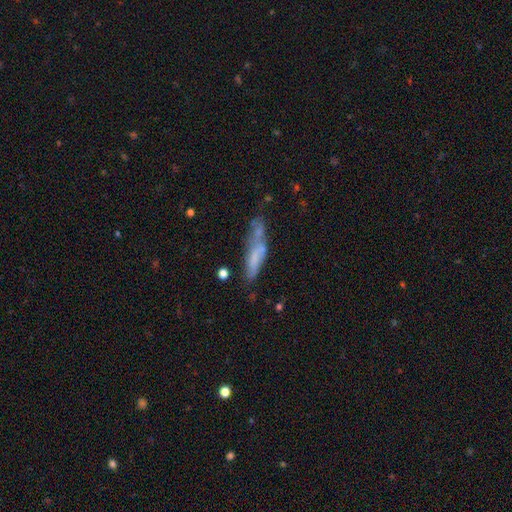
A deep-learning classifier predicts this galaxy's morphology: Q: Smooth or featured?
A: smooth (51%); runner-up: featured or disk (39%)
Q: How rounded?
A: cigar-shaped (70%); runner-up: in between (28%)
Q: Merging?
A: none (40%); runner-up: minor disturbance (25%)